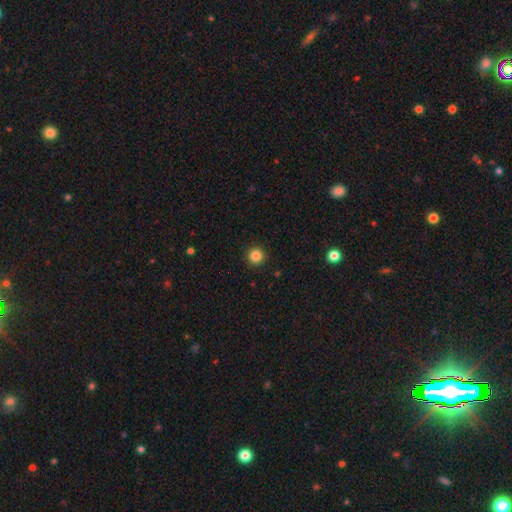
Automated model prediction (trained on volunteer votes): The model was most divided on "smooth or featured": smooth: 85%, star or artifact: 11%, featured or disk: 4%. More confident: how rounded — round (96%); merging — none (93%).